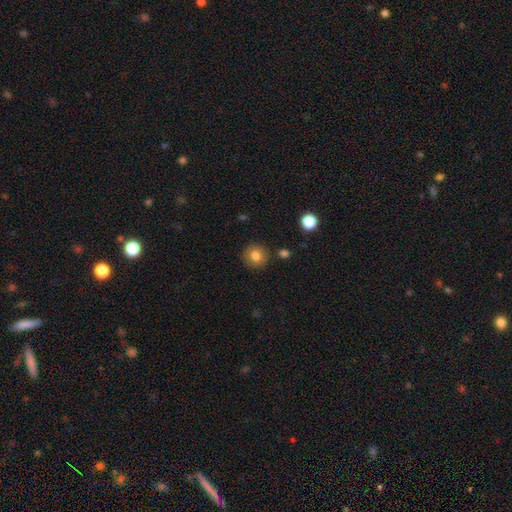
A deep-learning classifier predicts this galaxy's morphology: This appears to be a smooth galaxy with no disk features (81%) that is round (91%). Merging: none (88%).